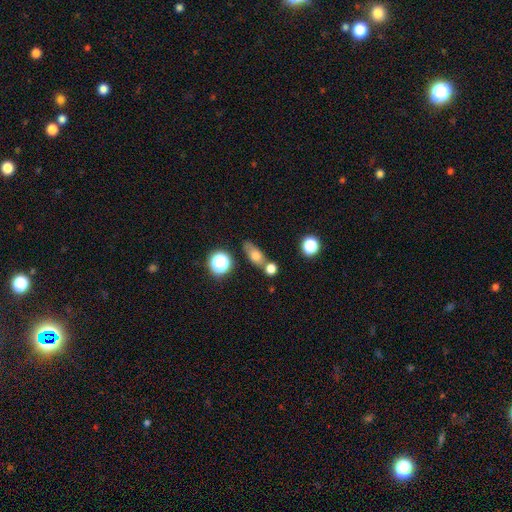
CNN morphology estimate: Overall: smooth (66%). How rounded: in between (61%). Merging: none (61%).